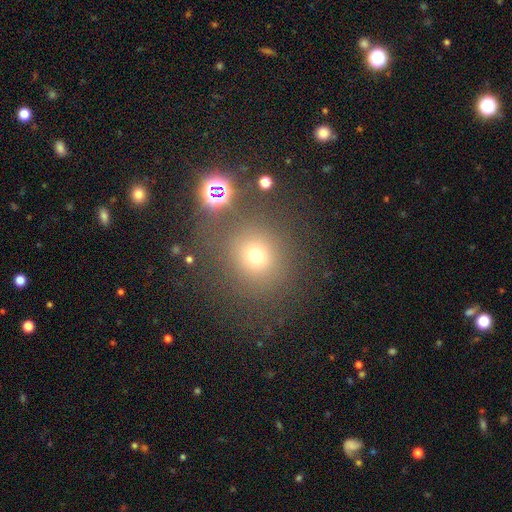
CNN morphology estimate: smooth_or_featured: smooth (p=0.66) [alt: star or artifact p=0.24]
how_rounded: round (p=0.90) [alt: in between p=0.09]
merging: none (p=0.78) [alt: minor disturbance p=0.10]